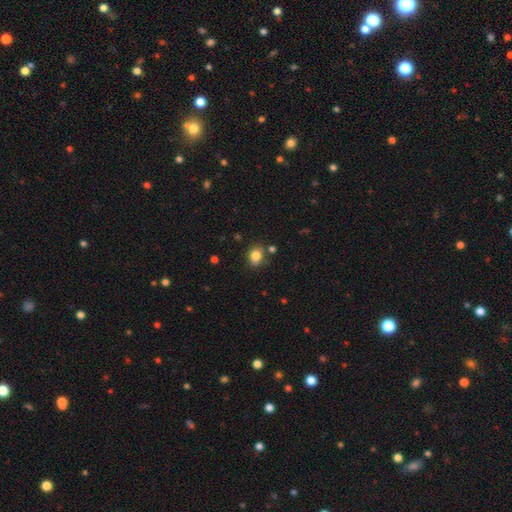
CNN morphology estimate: This is clearly a smooth galaxy (83%). How rounded: likely in between (64%). Merging: likely none (75%).